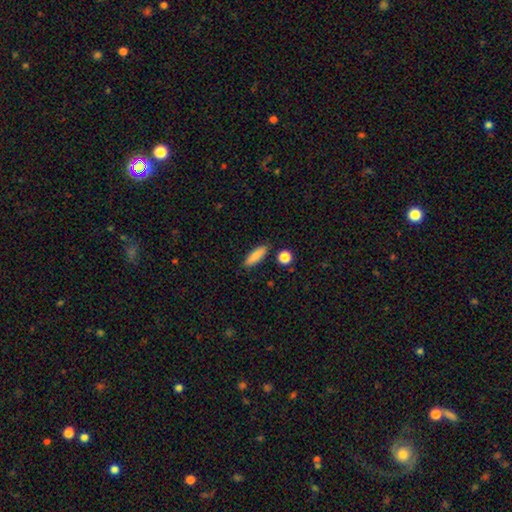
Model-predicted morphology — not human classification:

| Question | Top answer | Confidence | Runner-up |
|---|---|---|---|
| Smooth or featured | smooth | 86% | featured or disk (8%) |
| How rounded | cigar-shaped | 50% | in between (47%) |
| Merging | none | 86% | minor disturbance (9%) |